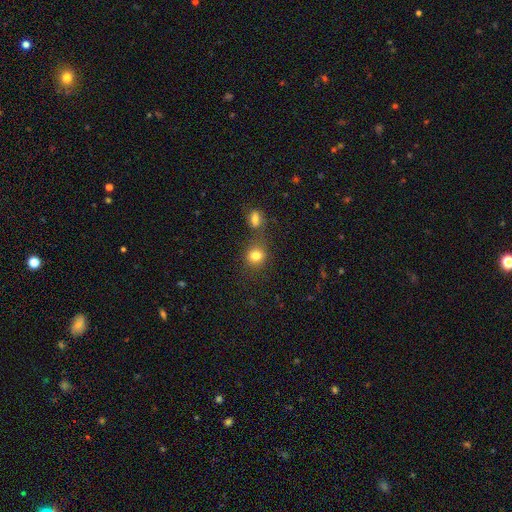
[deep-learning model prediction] Smooth or featured? Predicted: smooth (p=0.80). How rounded? Predicted: round (p=0.78). Merging? Predicted: none (p=0.66).